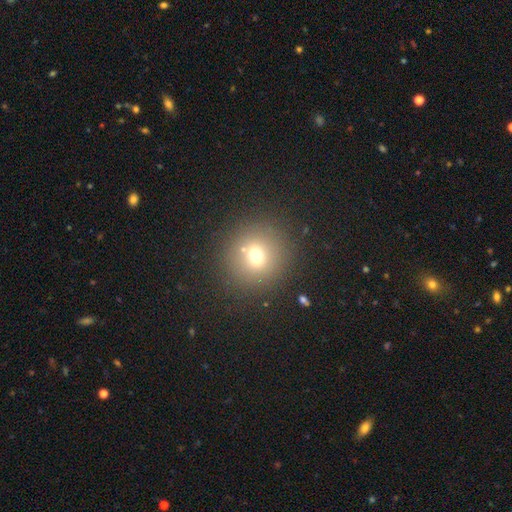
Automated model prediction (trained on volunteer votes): Smooth or featured?
  - smooth: 68% *
  - star or artifact: 19%
  - featured or disk: 14%
How rounded?
  - round: 90% *
  - in between: 9%
  - cigar-shaped: 1%
Merging?
  - none: 82% *
  - minor disturbance: 8%
  - merger: 6%
  - major disturbance: 4%